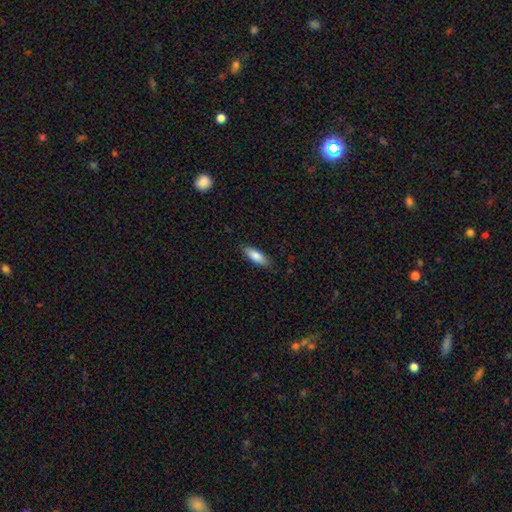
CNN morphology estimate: smooth_or_featured: smooth (p=0.81) [alt: featured or disk p=0.13]
how_rounded: in between (p=0.64) [alt: cigar-shaped p=0.35]
merging: none (p=0.85) [alt: minor disturbance p=0.12]